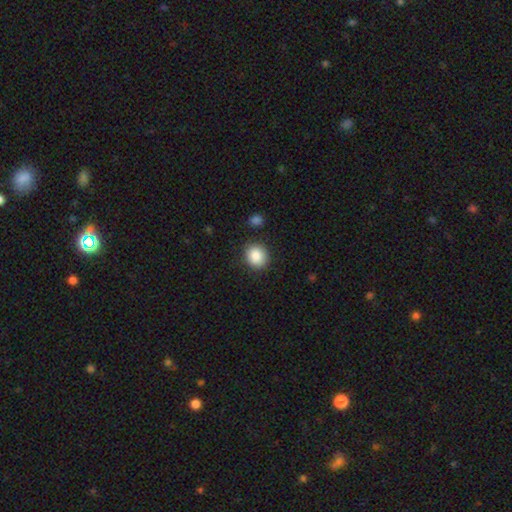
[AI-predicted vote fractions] A smooth galaxy with no disk features (87%) that is round (77%). Merging: none (86%).